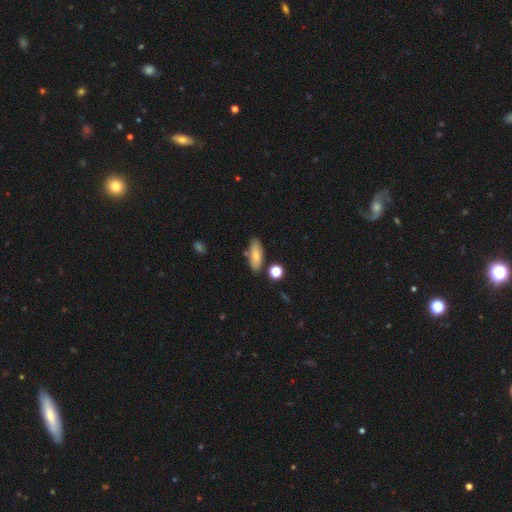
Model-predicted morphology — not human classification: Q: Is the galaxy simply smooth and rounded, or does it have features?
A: smooth — 76%.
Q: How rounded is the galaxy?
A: in between — 65%.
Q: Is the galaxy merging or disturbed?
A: none — 77%.